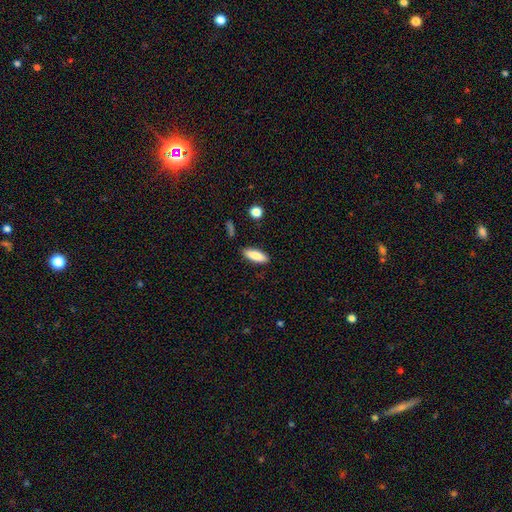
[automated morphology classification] Smooth or featured: smooth — 84% (featured or disk — 10%)
How rounded: in between — 61% (cigar-shaped — 37%)
Merging: none — 87% (minor disturbance — 9%)